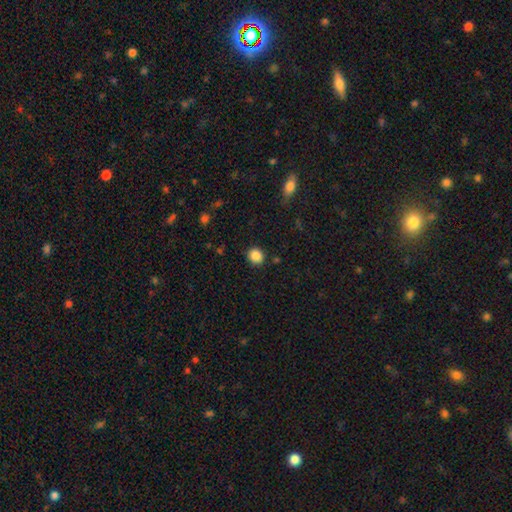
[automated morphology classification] A smooth galaxy with no disk features (87%) that is round (85%). Merging: none (89%).